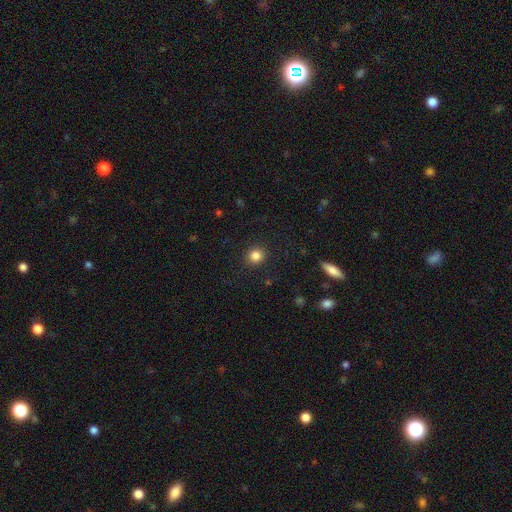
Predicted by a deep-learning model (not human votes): smooth 84%, star or artifact 11%, featured or disk 4%. Down the decision tree: how rounded — round (90%); merging — none (90%).